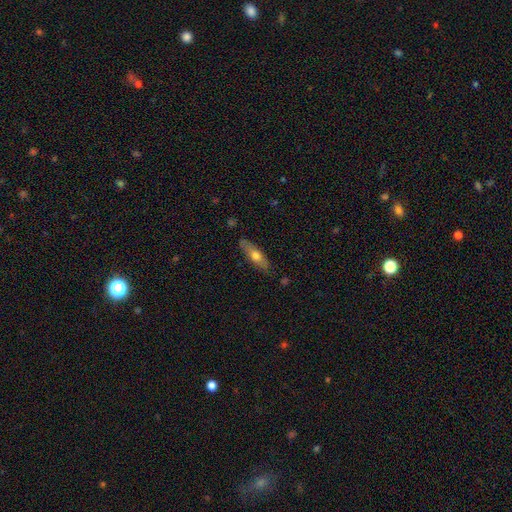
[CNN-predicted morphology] A smooth galaxy with no disk features (57%) that is cigar-shaped (56%). Merging: none (85%).